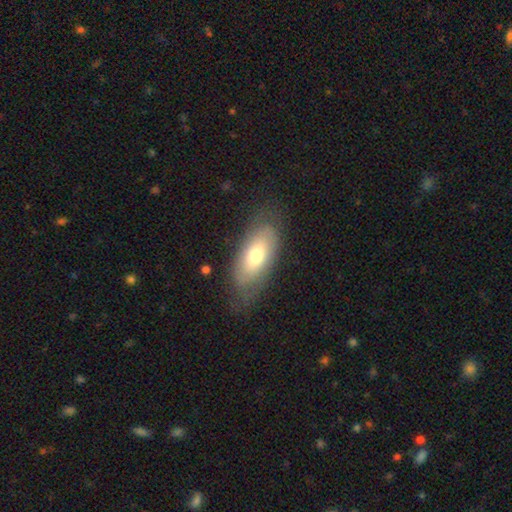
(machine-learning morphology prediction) Smooth or featured? smooth (63%)
How rounded? in between (87%)
Merging? none (72%)